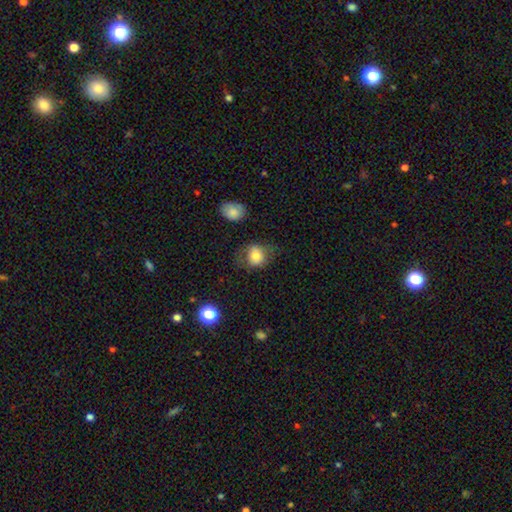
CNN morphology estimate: smooth-or-featured: smooth: 75% | featured or disk: 16% | star or artifact: 9%
  how-rounded: round: 58% | in between: 41% | cigar-shaped: 1%
  merging: none: 58% | minor disturbance: 24% | major disturbance: 15% | merger: 3%